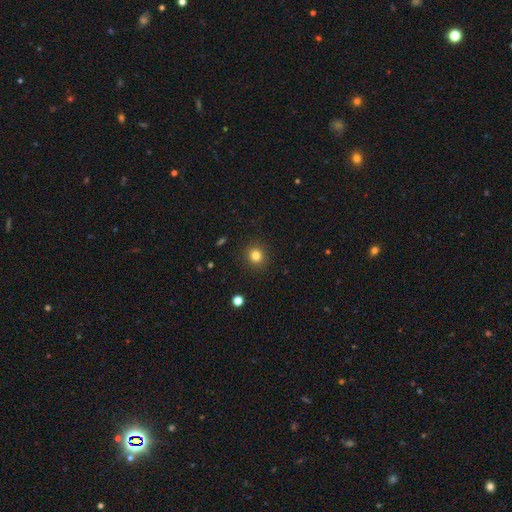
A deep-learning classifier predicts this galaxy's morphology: smooth-or-featured: smooth: 82% | star or artifact: 12% | featured or disk: 6%
  how-rounded: round: 89% | in between: 10% | cigar-shaped: 1%
  merging: none: 90% | minor disturbance: 6% | major disturbance: 2% | merger: 1%